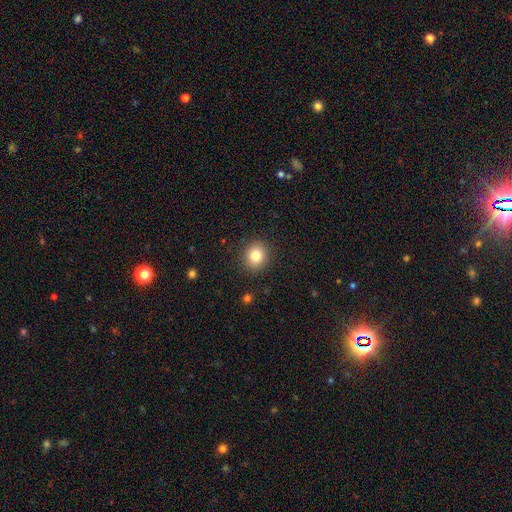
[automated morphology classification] This is clearly a smooth galaxy (81%). How rounded: clearly round (82%). Merging: clearly none (90%).